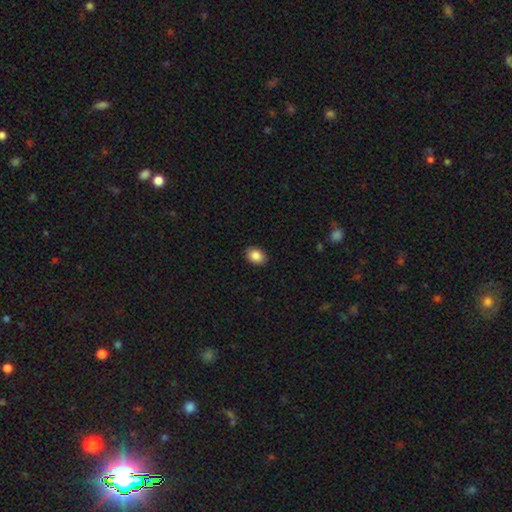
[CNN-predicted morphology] type=smooth (87%); roundness=in between (65%); merging=none (90%).